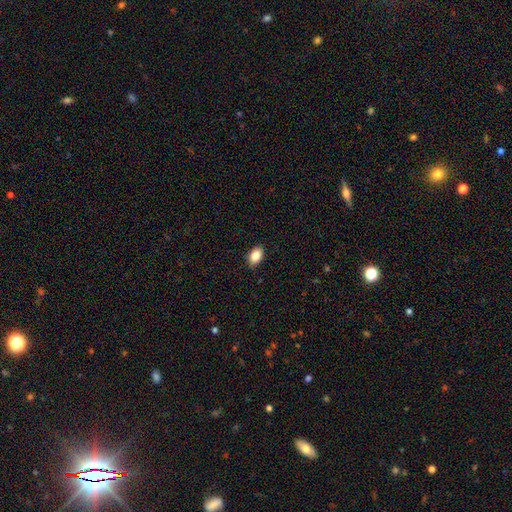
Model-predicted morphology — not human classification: type=smooth (85%); roundness=in between (89%); merging=none (89%).